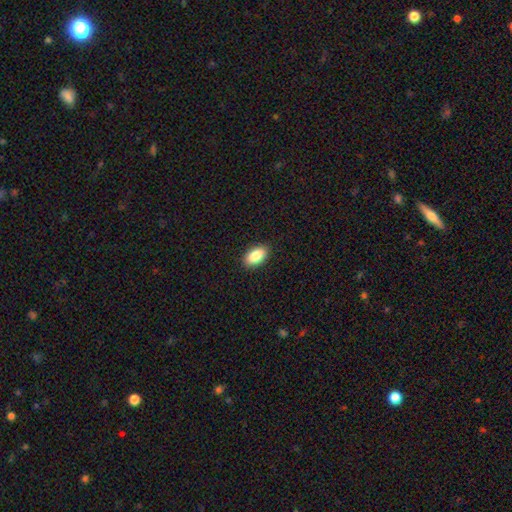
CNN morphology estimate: smooth_or_featured: smooth (p=0.86) [alt: star or artifact p=0.07]
how_rounded: in between (p=0.93) [alt: round p=0.05]
merging: none (p=0.90) [alt: minor disturbance p=0.07]